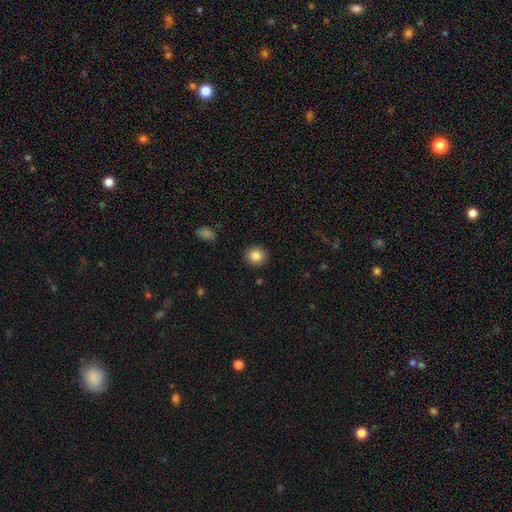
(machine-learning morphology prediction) smooth_or_featured: smooth (p=0.85) [alt: star or artifact p=0.09]
how_rounded: round (p=0.87) [alt: in between p=0.12]
merging: none (p=0.91) [alt: minor disturbance p=0.06]